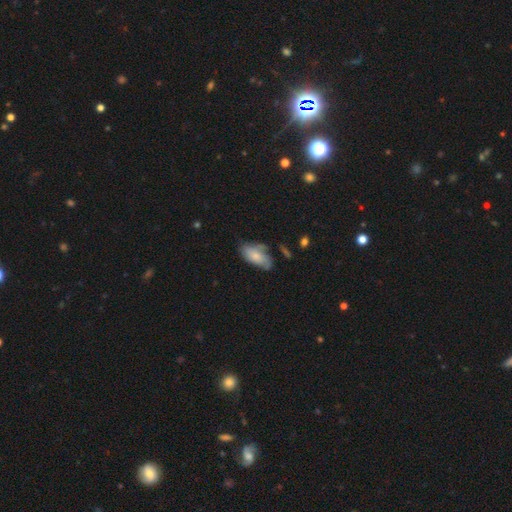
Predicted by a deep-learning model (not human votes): The model was most divided on "merging": none: 47%, minor disturbance: 33%, major disturbance: 14%, merger: 6%. More confident: how rounded — in between (91%); smooth or featured — smooth (64%).